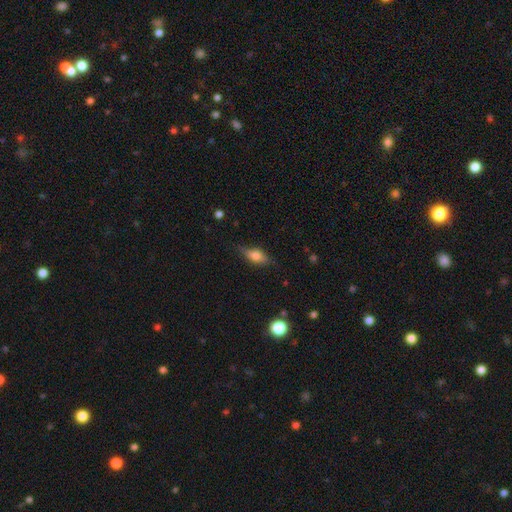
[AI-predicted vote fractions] smooth 62%, featured or disk 29%, star or artifact 8%. Down the decision tree: how rounded — in between (76%); merging — none (72%).